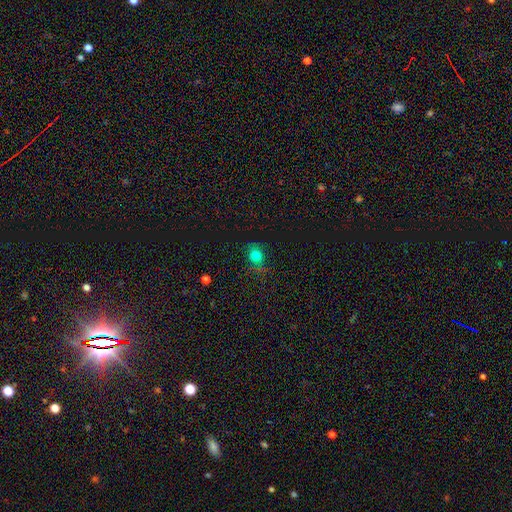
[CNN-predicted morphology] This appears to be a smooth galaxy with no disk features (74%) that is round (65%). Merging: none (69%).